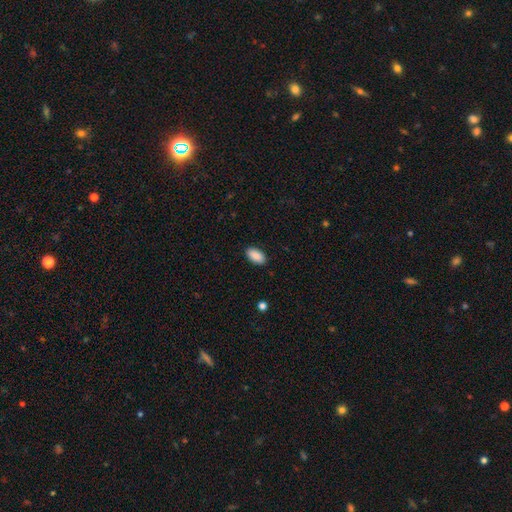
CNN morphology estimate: Smooth or featured?
  - smooth: 90% *
  - star or artifact: 7%
  - featured or disk: 3%
How rounded?
  - in between: 95% *
  - round: 3%
  - cigar-shaped: 2%
Merging?
  - none: 89% *
  - minor disturbance: 8%
  - major disturbance: 2%
  - merger: 1%